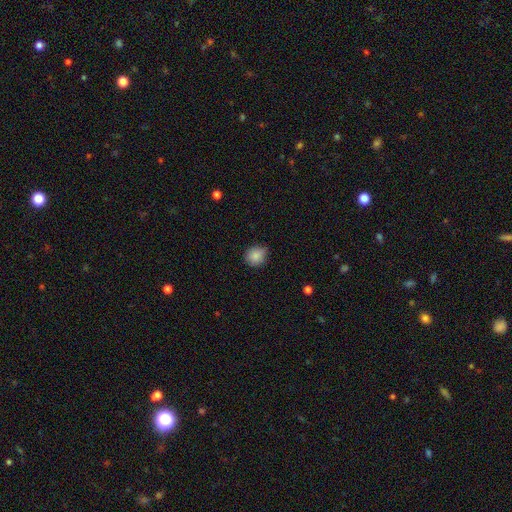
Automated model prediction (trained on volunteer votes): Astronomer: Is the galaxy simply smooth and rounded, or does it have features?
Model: smooth — 86%.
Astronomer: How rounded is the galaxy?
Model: round — 80%.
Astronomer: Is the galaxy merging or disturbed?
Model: none — 77%.